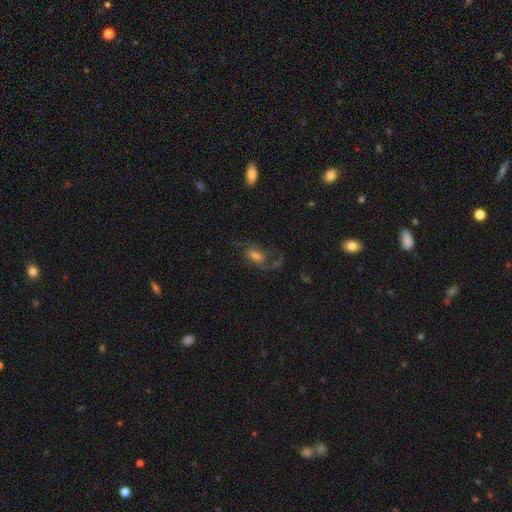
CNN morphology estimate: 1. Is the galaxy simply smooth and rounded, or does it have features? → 69% featured or disk, 20% smooth, 11% star or artifact.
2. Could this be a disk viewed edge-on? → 96% no, 4% yes.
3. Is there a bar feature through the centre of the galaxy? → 49% no, 40% weak, 10% strong.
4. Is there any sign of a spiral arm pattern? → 91% yes, 9% no.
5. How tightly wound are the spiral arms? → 50% loose, 39% medium, 10% tight.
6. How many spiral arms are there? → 78% 2, 8% 1, 7% can't tell, 3% 3, 2% 4, 2% more than 4.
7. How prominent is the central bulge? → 48% moderate, 26% small, 17% large, 6% none, 3% dominant.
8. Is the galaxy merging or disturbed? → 58% none, 24% major disturbance, 16% minor disturbance, 2% merger.